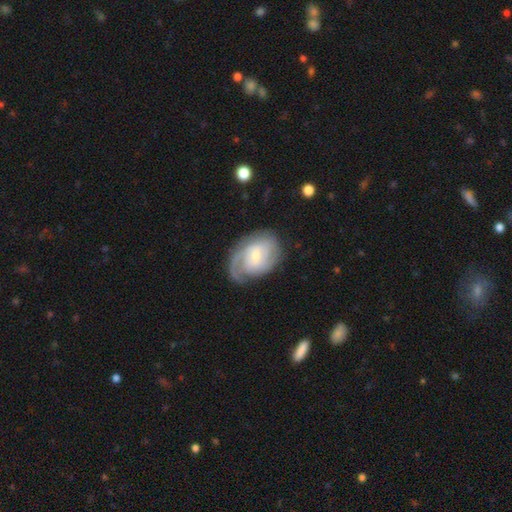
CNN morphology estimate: This appears to be a featured or disk galaxy (80%) with no bar (46%), 2 (40%) tight (53%) spiral arms (94%) and a small central bulge (59%). Merging: none (66%).